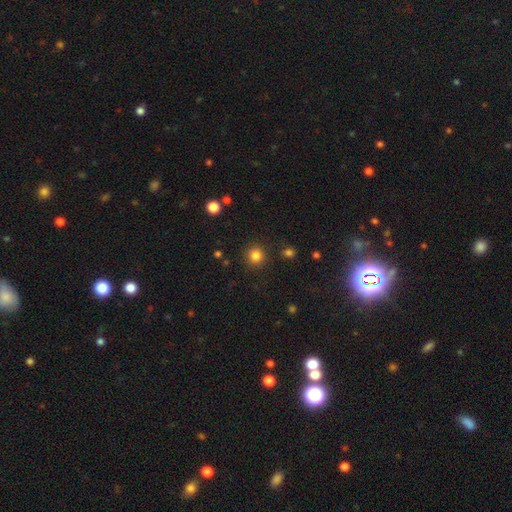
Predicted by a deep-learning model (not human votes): Smooth or featured: smooth — 83% (star or artifact — 12%)
How rounded: round — 94% (in between — 5%)
Merging: none — 90% (minor disturbance — 6%)